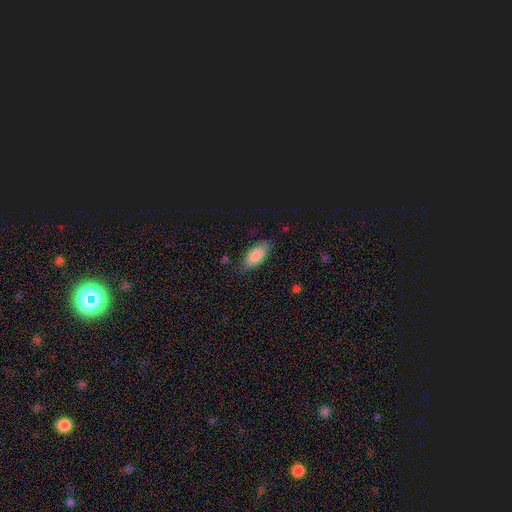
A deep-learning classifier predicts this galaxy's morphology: A smooth galaxy with no disk features (83%) that is in between round and cigar-shaped (85%).

Vote fractions:
- Smooth or featured? smooth: 83% / featured or disk: 9% / star or artifact: 8%
- How rounded? in between: 85% / cigar-shaped: 12% / round: 2%
- Merging? none: 80% / minor disturbance: 15% / major disturbance: 3% / merger: 1%